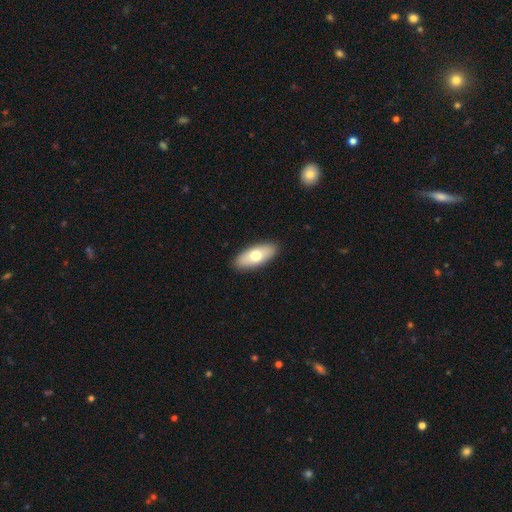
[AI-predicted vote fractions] Morphology: type=smooth (69%); roundness=in between (82%); merging=none (90%).